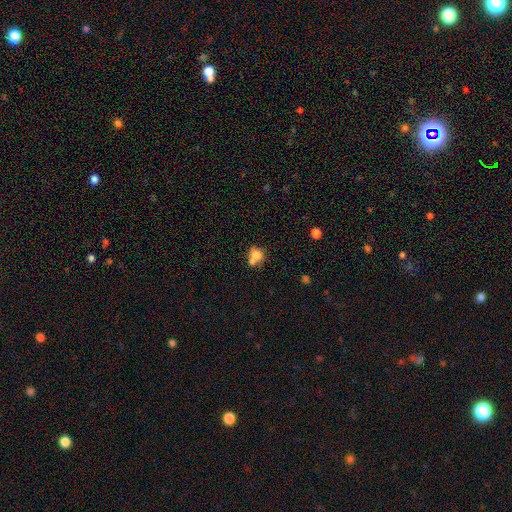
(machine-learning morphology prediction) smooth 77%, featured or disk 13%, star or artifact 10%. Down the decision tree: how rounded — round (60%); merging — merger (51%).